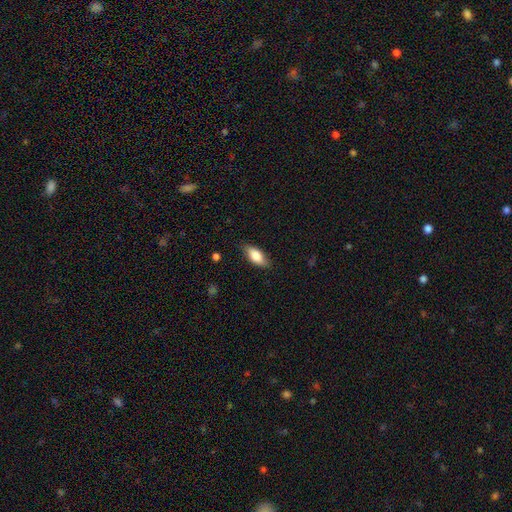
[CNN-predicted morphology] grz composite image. It shows a smooth galaxy with no disk features (81%) that is in between round and cigar-shaped (85%). Merging: none (83%).